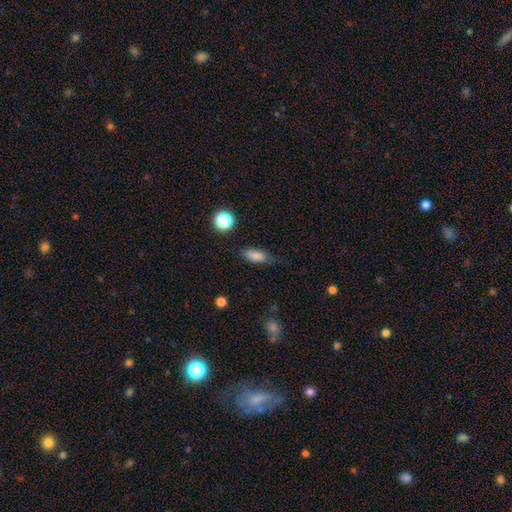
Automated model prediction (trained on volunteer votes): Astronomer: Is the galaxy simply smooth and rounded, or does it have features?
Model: smooth — 81%.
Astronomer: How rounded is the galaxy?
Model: in between — 74%.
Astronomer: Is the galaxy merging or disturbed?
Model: none — 76%.